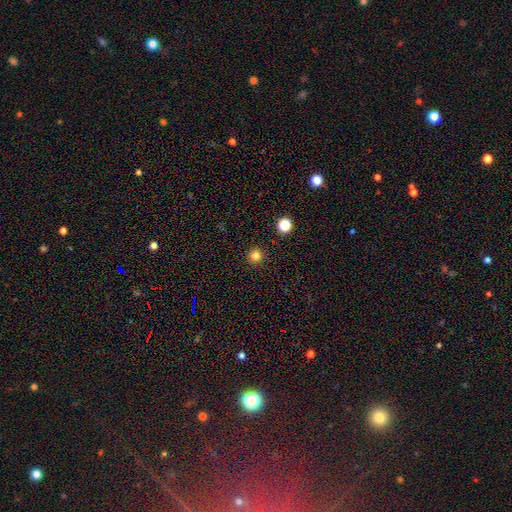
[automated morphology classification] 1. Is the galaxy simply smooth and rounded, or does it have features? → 81% smooth, 15% star or artifact, 4% featured or disk.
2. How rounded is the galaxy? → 96% round, 3% in between, 1% cigar-shaped.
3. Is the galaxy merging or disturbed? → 93% none, 4% minor disturbance, 2% major disturbance, 1% merger.